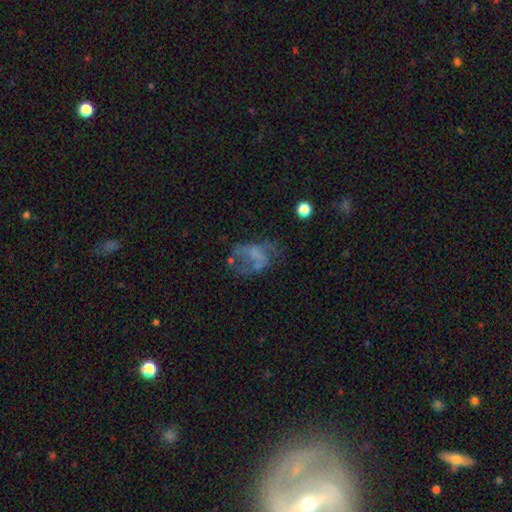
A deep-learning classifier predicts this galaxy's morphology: Q: Smooth or featured?
A: featured or disk (56%); runner-up: smooth (29%)
Q: Edge-on disk?
A: no (98%); runner-up: yes (2%)
Q: Bar?
A: no (73%); runner-up: weak (21%)
Q: Spiral arms?
A: no (61%); runner-up: yes (39%)
Q: Bulge size?
A: none (71%); runner-up: small (14%)
Q: Merging?
A: major disturbance (40%); runner-up: none (34%)